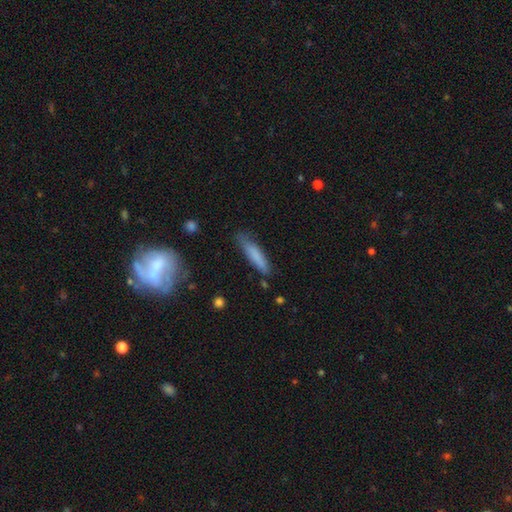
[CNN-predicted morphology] A smooth galaxy with no disk features (76%) that is cigar-shaped (85%). Merging: none (75%).